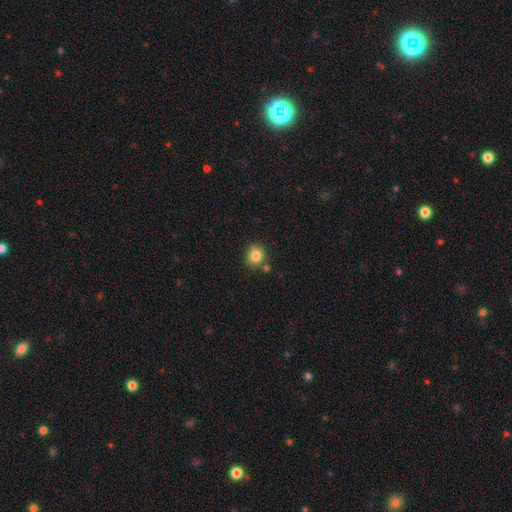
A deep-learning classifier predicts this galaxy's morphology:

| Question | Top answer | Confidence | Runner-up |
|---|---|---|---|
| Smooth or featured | smooth | 83% | star or artifact (11%) |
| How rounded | round | 78% | in between (21%) |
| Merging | none | 74% | minor disturbance (14%) |